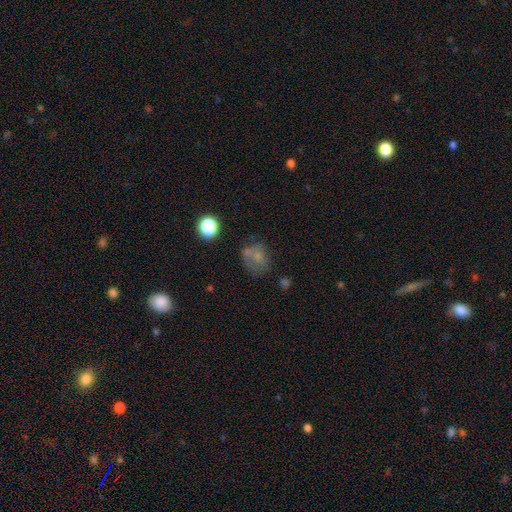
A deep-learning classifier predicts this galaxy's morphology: smooth_or_featured: smooth (p=0.60) [alt: featured or disk p=0.23]
how_rounded: round (p=0.55) [alt: in between p=0.44]
merging: none (p=0.44) [alt: minor disturbance p=0.23]